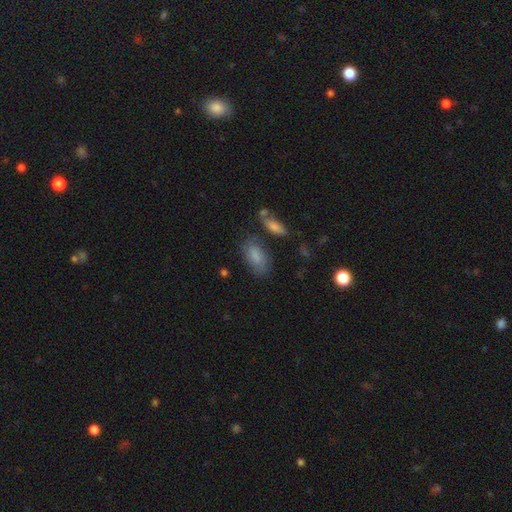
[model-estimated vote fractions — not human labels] A smooth galaxy with no disk features (79%) that is in between round and cigar-shaped (89%). Merging: none (67%).